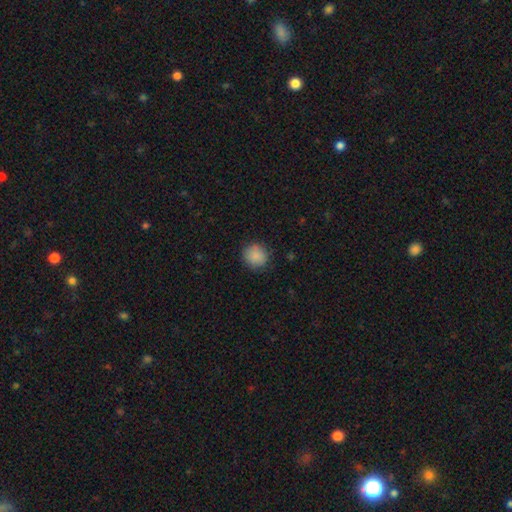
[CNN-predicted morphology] Overall: smooth (87%). How rounded: round (88%). Merging: none (86%).